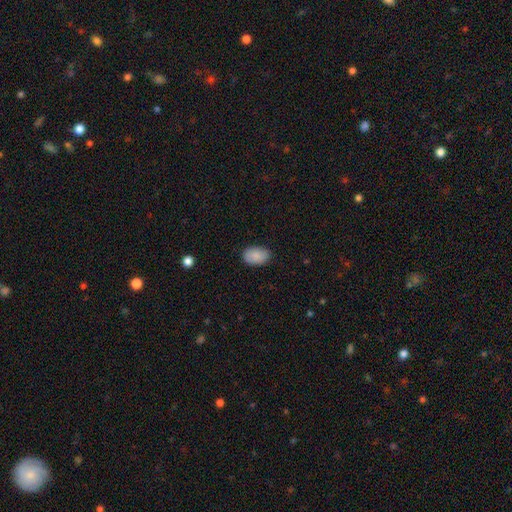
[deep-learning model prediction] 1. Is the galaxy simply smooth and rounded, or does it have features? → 86% smooth, 7% featured or disk, 7% star or artifact.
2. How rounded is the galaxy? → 90% in between, 9% round, 1% cigar-shaped.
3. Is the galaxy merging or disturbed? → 85% none, 11% minor disturbance, 2% major disturbance, 1% merger.